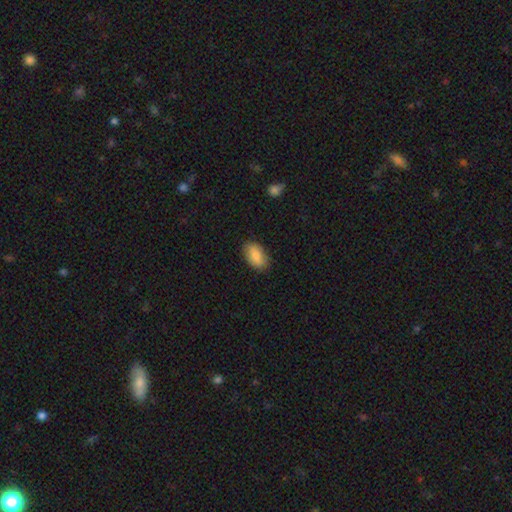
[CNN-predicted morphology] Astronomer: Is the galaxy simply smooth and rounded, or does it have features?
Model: smooth — 87%.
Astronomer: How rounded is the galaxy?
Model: in between — 92%.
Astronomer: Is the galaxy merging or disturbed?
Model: none — 84%.